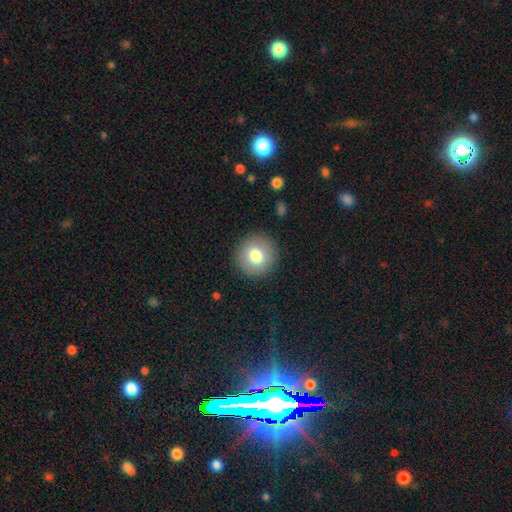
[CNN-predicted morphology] This is likely a smooth galaxy (78%). How rounded: clearly round (95%). Merging: clearly none (91%).